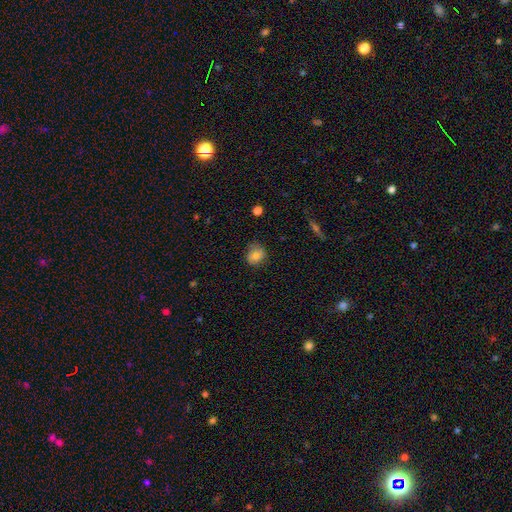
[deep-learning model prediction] smooth_or_featured: smooth (p=0.78) [alt: featured or disk p=0.12]
how_rounded: round (p=0.67) [alt: in between p=0.31]
merging: none (p=0.70) [alt: minor disturbance p=0.23]